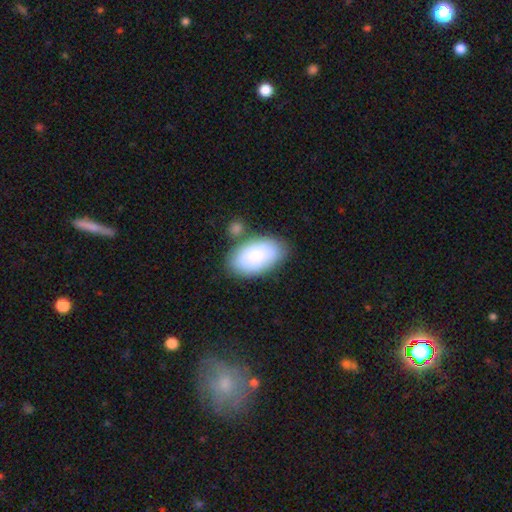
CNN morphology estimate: This appears to be a smooth galaxy with no disk features (75%) that is in between round and cigar-shaped (94%). Merging: none (67%).